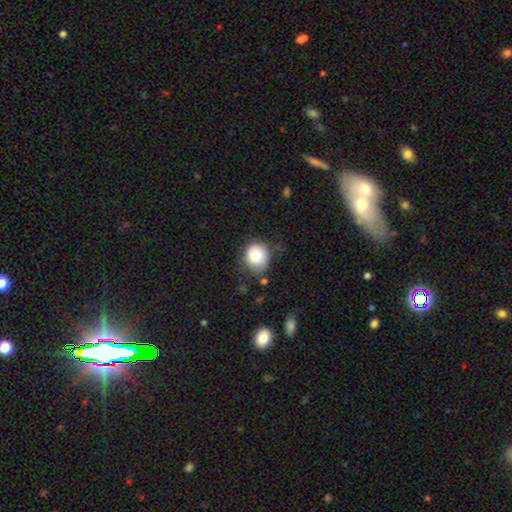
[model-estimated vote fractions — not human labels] smooth-or-featured: smooth: 84% | star or artifact: 8% | featured or disk: 8%
  how-rounded: round: 66% | in between: 33% | cigar-shaped: 1%
  merging: none: 61% | minor disturbance: 27% | major disturbance: 8% | merger: 3%